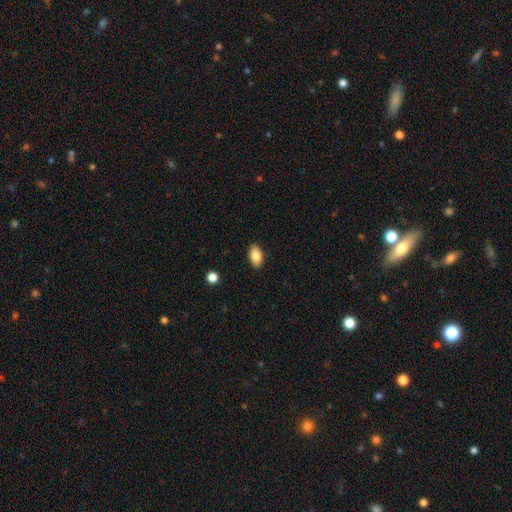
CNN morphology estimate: Smooth or featured? Predicted: smooth (p=0.85). How rounded? Predicted: in between (p=0.93). Merging? Predicted: none (p=0.89).